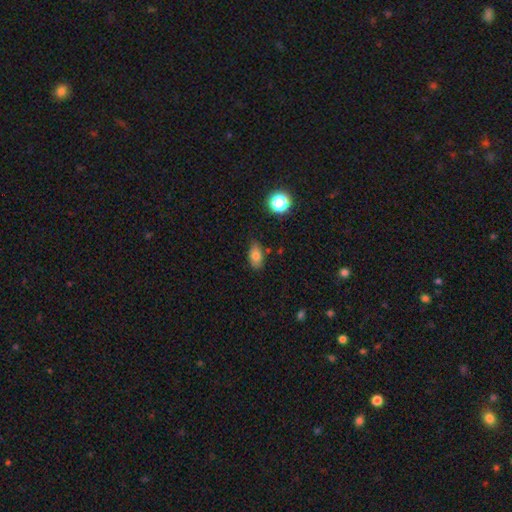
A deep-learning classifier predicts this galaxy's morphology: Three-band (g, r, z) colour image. It shows a smooth galaxy with no disk features (76%) that is in between round and cigar-shaped (86%). Merging: none (77%).